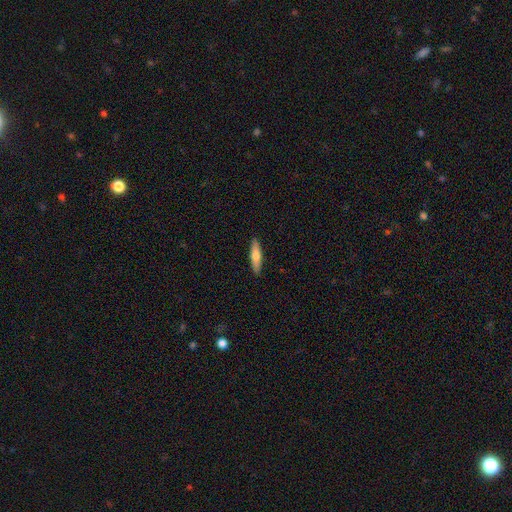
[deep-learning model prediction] Smooth or featured? Predicted: smooth (p=0.70). How rounded? Predicted: cigar-shaped (p=0.73). Merging? Predicted: none (p=0.90).